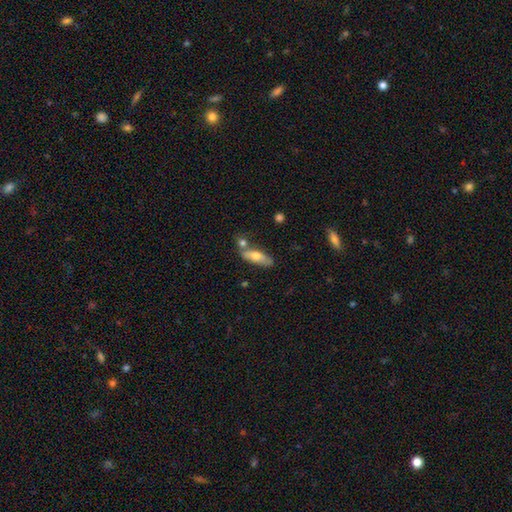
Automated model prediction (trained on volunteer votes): smooth_or_featured: smooth (p=0.63) [alt: featured or disk p=0.31]
how_rounded: in between (p=0.58) [alt: cigar-shaped p=0.39]
merging: none (p=0.60) [alt: merger p=0.21]